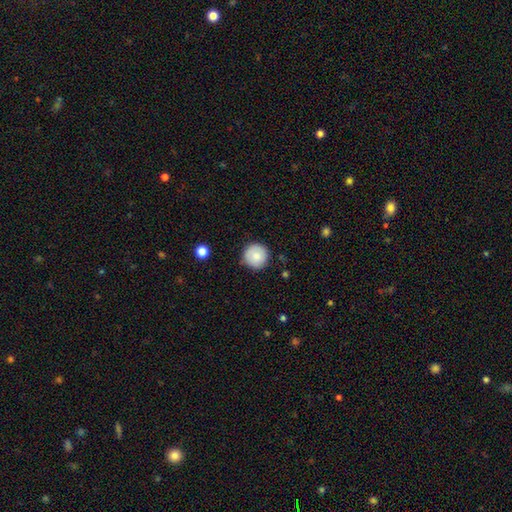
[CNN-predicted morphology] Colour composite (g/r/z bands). It shows a smooth galaxy with no disk features (83%) that is round (96%). Merging: none (87%).